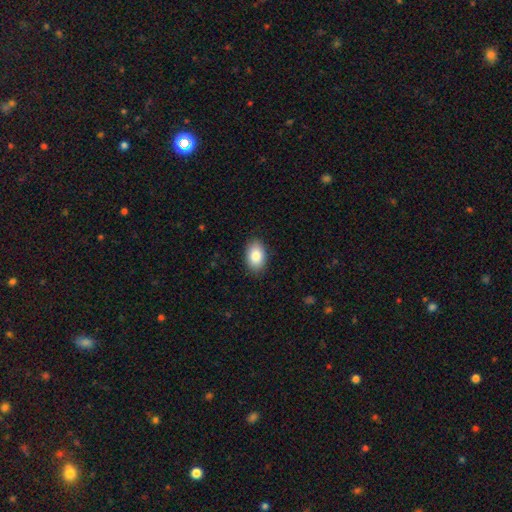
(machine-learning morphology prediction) Smooth or featured: smooth — 87% (star or artifact — 7%)
How rounded: in between — 90% (round — 9%)
Merging: none — 88% (minor disturbance — 9%)